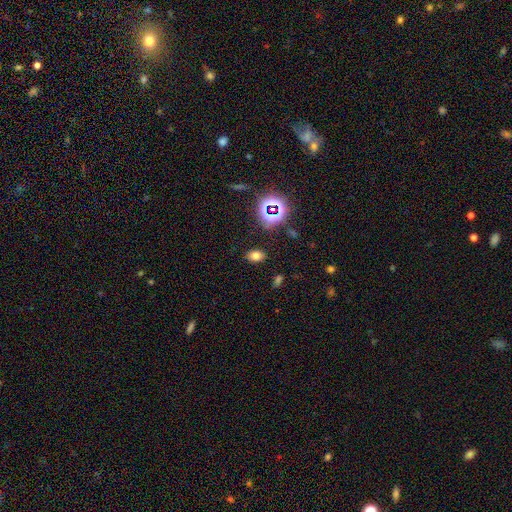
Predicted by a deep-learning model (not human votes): This is likely a smooth galaxy (70%). How rounded: likely in between (78%). Merging: clearly none (86%).